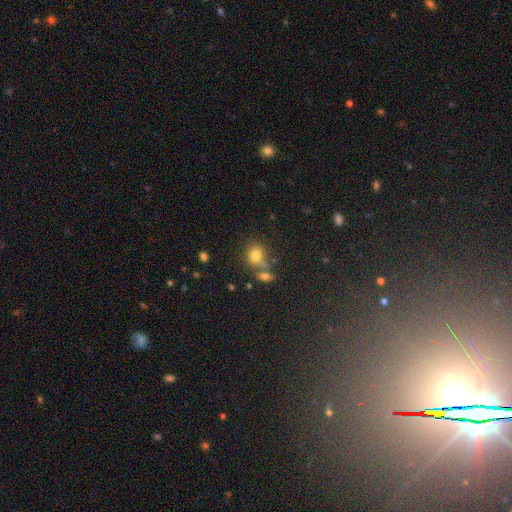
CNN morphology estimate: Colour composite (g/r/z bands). It shows a smooth galaxy with no disk features (77%) that is round (60%). Merging: none (49%).